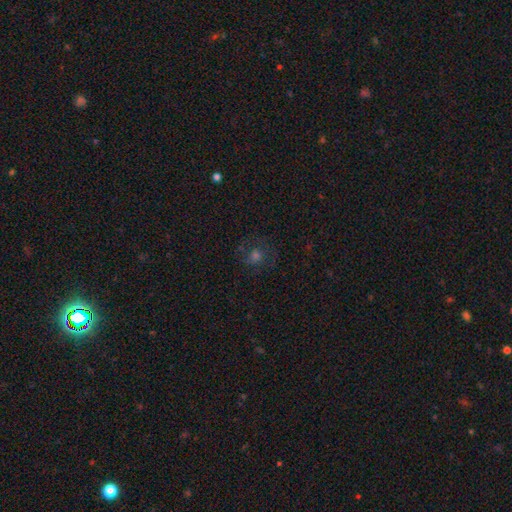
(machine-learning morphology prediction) Q: Smooth or featured?
A: smooth (40%); runner-up: featured or disk (32%)
Q: Merging?
A: none (72%); runner-up: minor disturbance (15%)